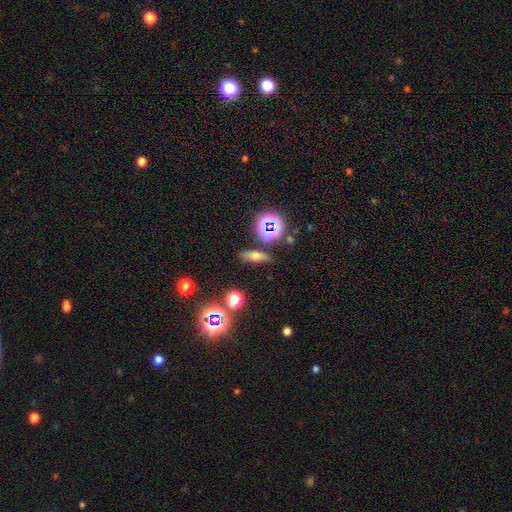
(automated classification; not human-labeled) A smooth galaxy with no disk features (61%) that is in between round and cigar-shaped (44%).

Vote fractions:
- Smooth or featured? smooth: 61% / star or artifact: 21% / featured or disk: 18%
- How rounded? in between: 44% / cigar-shaped: 43% / round: 13%
- Merging? none: 80% / minor disturbance: 11% / merger: 5% / major disturbance: 4%